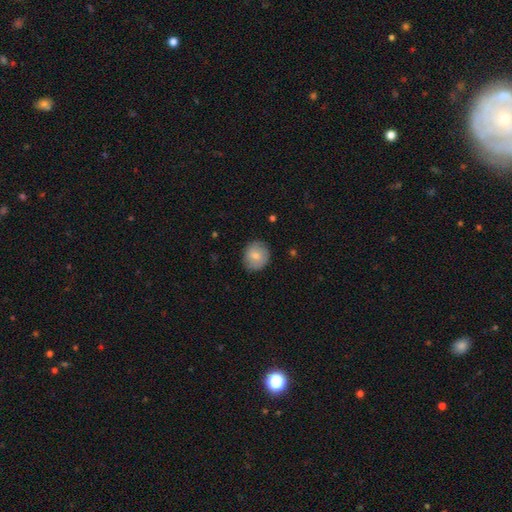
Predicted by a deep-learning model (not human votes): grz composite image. It shows a smooth galaxy with no disk features (77%) that is round (85%). Merging: none (84%).